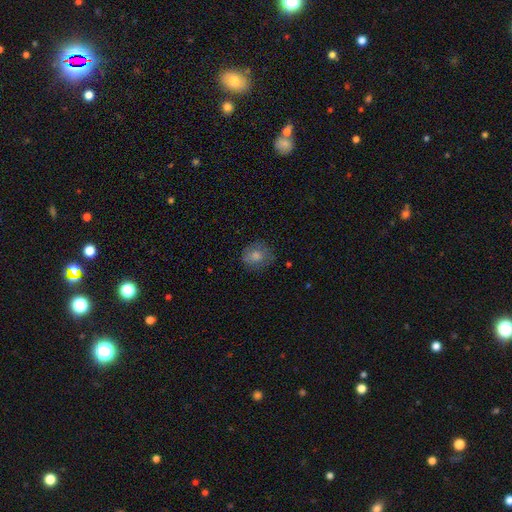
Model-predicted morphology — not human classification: Smooth or featured?
  - smooth: 67% *
  - featured or disk: 18%
  - star or artifact: 15%
How rounded?
  - round: 74% *
  - in between: 25%
  - cigar-shaped: 1%
Merging?
  - none: 79% *
  - minor disturbance: 15%
  - major disturbance: 4%
  - merger: 1%